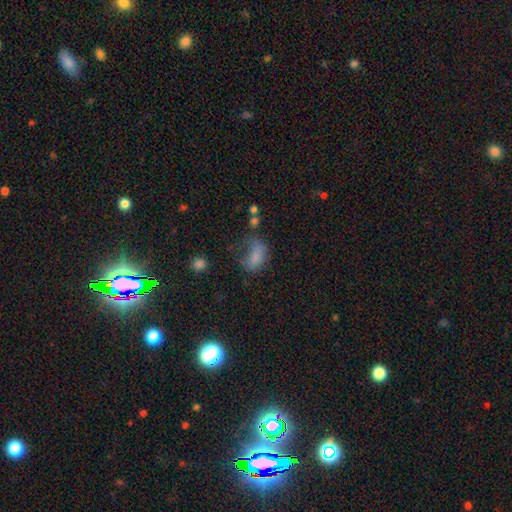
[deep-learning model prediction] The model was most divided on "merging": major disturbance: 38%, none: 29%, minor disturbance: 26%, merger: 7%. More confident: how rounded — in between (86%); smooth or featured — smooth (72%).